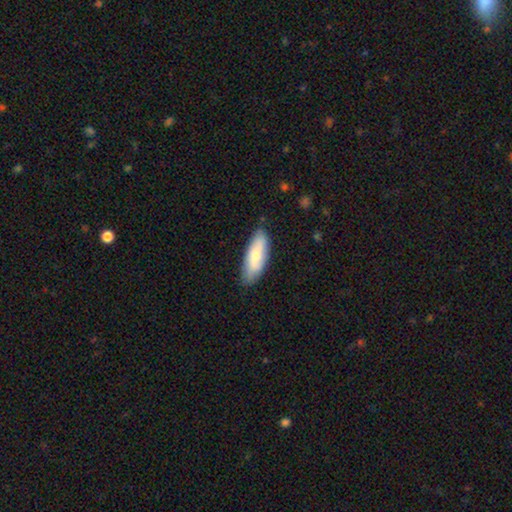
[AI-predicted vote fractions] This appears to be a smooth galaxy with no disk features (71%) that is in between round and cigar-shaped (65%). Merging: none (80%).